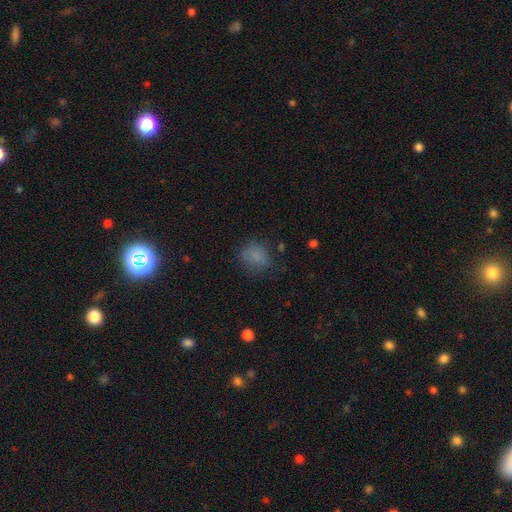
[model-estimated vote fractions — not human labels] Q: Smooth or featured?
A: smooth (77%); runner-up: star or artifact (13%)
Q: How rounded?
A: round (62%); runner-up: in between (37%)
Q: Merging?
A: none (62%); runner-up: minor disturbance (23%)